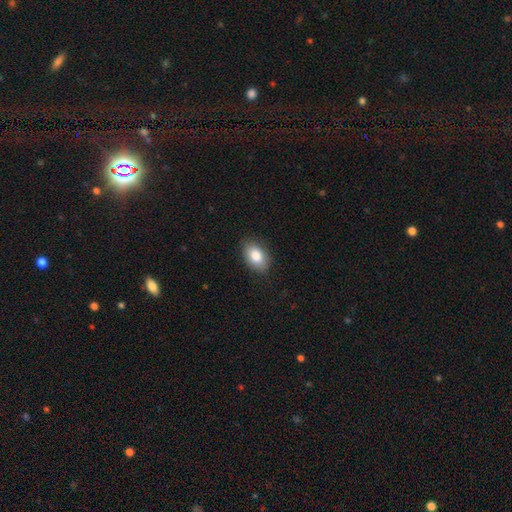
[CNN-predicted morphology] This is clearly a smooth galaxy (84%). How rounded: clearly in between (87%). Merging: clearly none (86%).